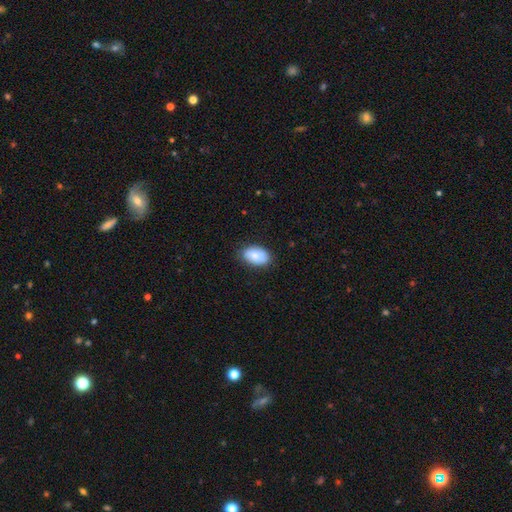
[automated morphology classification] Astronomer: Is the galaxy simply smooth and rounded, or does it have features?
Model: smooth — 83%.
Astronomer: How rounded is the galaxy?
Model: in between — 92%.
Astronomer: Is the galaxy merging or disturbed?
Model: none — 79%.